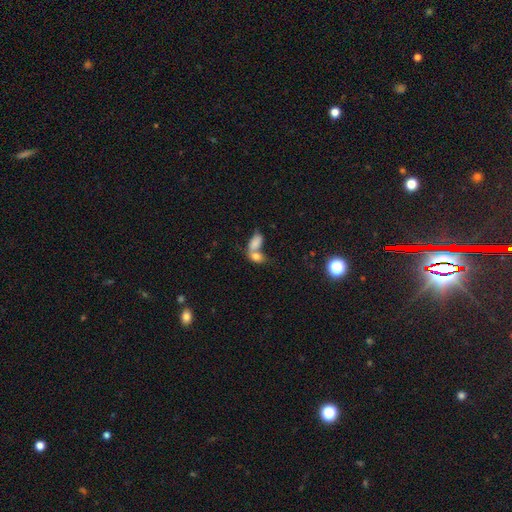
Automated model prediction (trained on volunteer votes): This is possibly a star or artifact rather than a galaxy (48%).